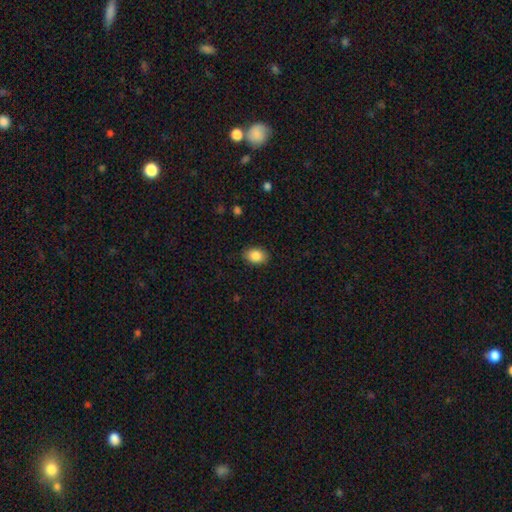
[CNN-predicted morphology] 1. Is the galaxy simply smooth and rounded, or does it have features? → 88% smooth, 8% star or artifact, 4% featured or disk.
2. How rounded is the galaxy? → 81% in between, 18% round, 1% cigar-shaped.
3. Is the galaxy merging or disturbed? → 87% none, 9% minor disturbance, 2% major disturbance, 1% merger.